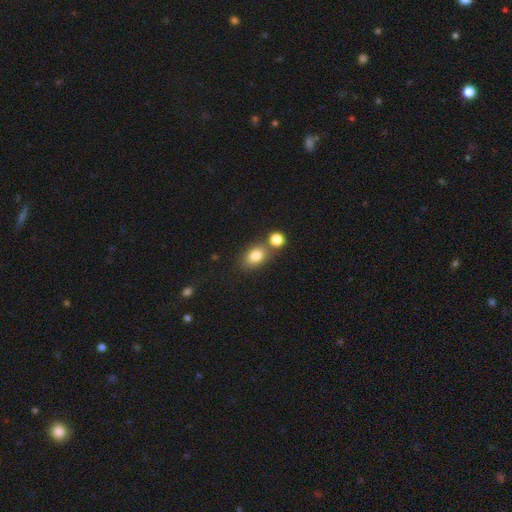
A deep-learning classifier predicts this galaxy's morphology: type=smooth (81%); roundness=in between (73%); merging=none (57%).